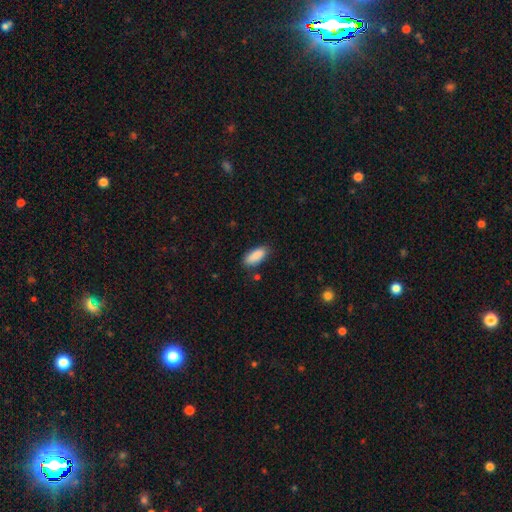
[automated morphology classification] Smooth or featured? Predicted: smooth (p=0.89). How rounded? Predicted: in between (p=0.82). Merging? Predicted: none (p=0.81).